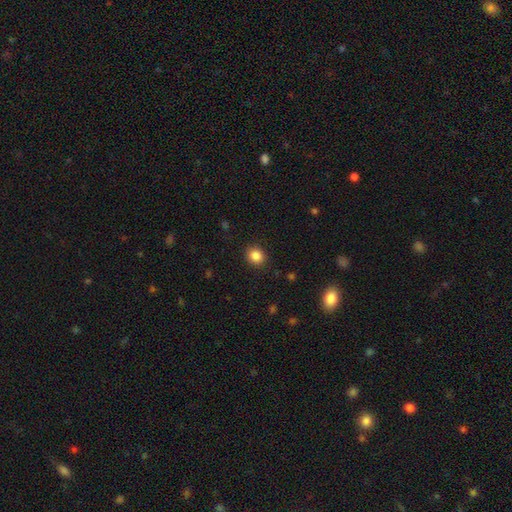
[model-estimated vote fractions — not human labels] A smooth galaxy with no disk features (86%) that is round (73%).

Vote fractions:
- Smooth or featured? smooth: 86% / star or artifact: 10% / featured or disk: 4%
- How rounded? round: 73% / in between: 27% / cigar-shaped: 1%
- Merging? none: 90% / minor disturbance: 7% / major disturbance: 2% / merger: 1%